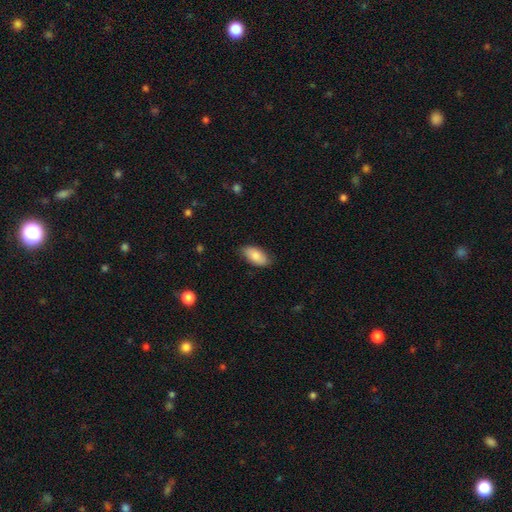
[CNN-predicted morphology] smooth 83%, featured or disk 11%, star or artifact 6%. Down the decision tree: how rounded — in between (93%); merging — none (81%).